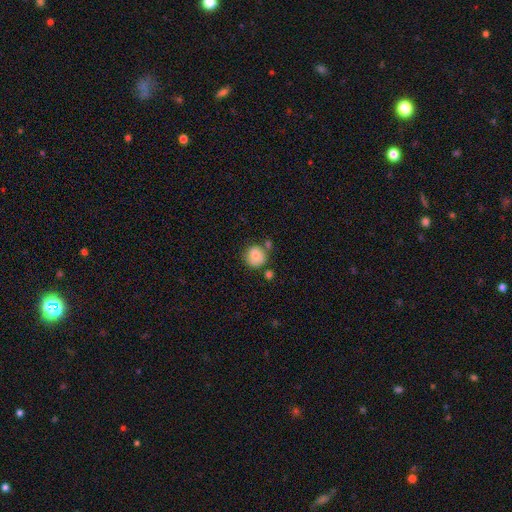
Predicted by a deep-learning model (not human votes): Morphology: type=smooth (83%); roundness=round (89%); merging=none (69%).